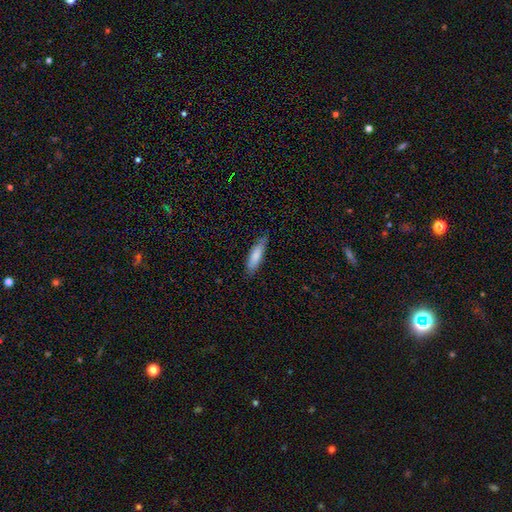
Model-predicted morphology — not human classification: type=smooth (81%); roundness=cigar-shaped (66%); merging=none (81%).